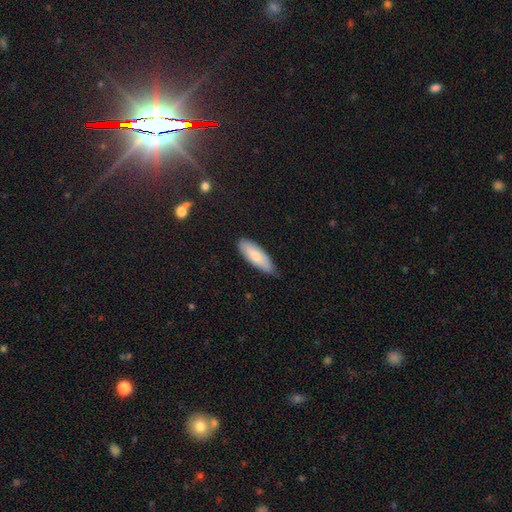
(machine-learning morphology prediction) smooth-or-featured: smooth: 78% | featured or disk: 16% | star or artifact: 6%
  how-rounded: in between: 63% | cigar-shaped: 36% | round: 2%
  merging: none: 73% | minor disturbance: 23% | major disturbance: 3% | merger: 1%